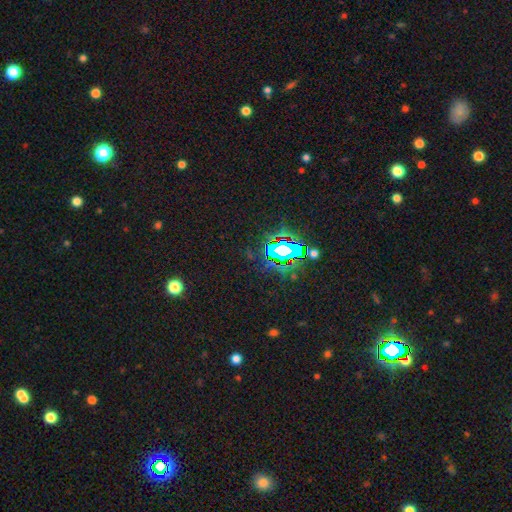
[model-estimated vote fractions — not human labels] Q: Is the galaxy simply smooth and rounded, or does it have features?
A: star or artifact — 82%.